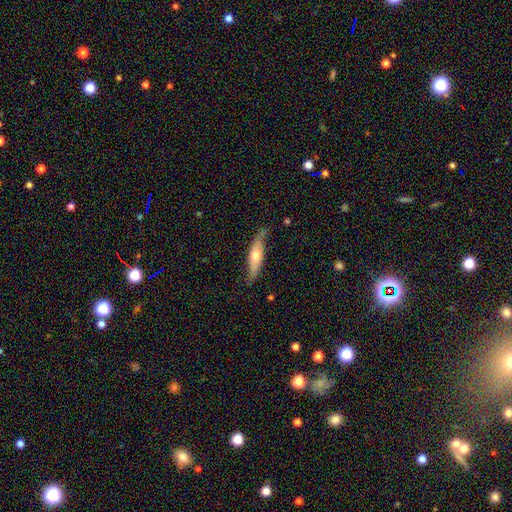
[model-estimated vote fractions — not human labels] Smooth or featured? Predicted: featured or disk (p=0.52). Edge-on disk? Predicted: yes (p=0.65). Merging? Predicted: none (p=0.71).